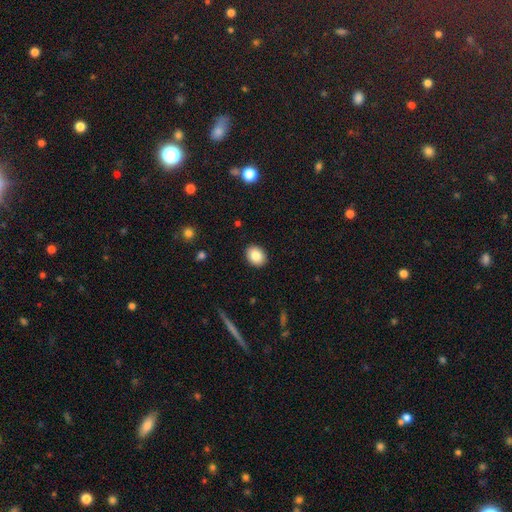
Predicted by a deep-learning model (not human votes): smooth-or-featured: smooth: 85% | star or artifact: 8% | featured or disk: 7%
  how-rounded: in between: 62% | round: 37% | cigar-shaped: 1%
  merging: none: 90% | minor disturbance: 7% | major disturbance: 2% | merger: 1%